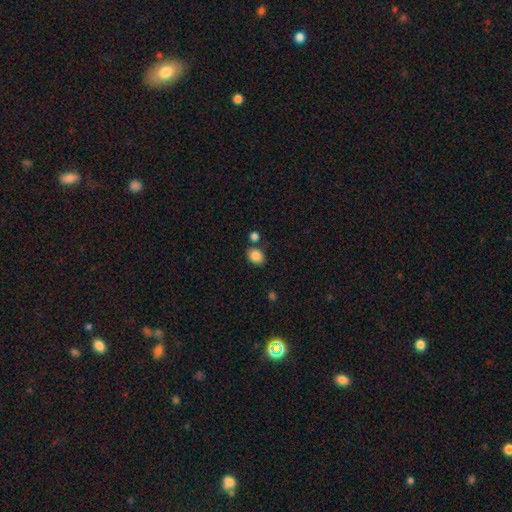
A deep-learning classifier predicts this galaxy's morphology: smooth-or-featured: smooth: 85% | star or artifact: 9% | featured or disk: 6%
  how-rounded: in between: 53% | round: 46% | cigar-shaped: 1%
  merging: none: 77% | minor disturbance: 11% | merger: 9% | major disturbance: 3%